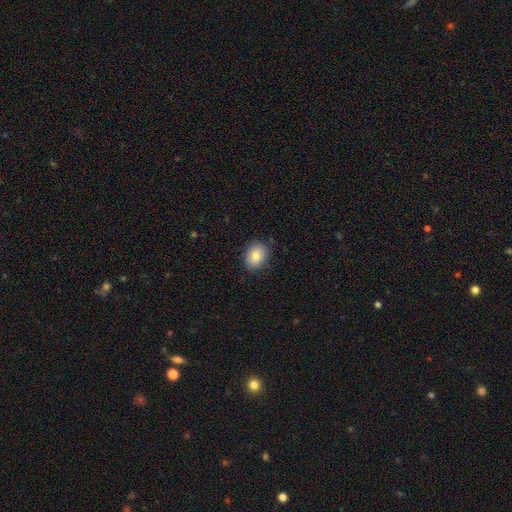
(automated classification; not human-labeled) Smooth or featured? Predicted: smooth (p=0.79). How rounded? Predicted: in between (p=0.58). Merging? Predicted: none (p=0.84).